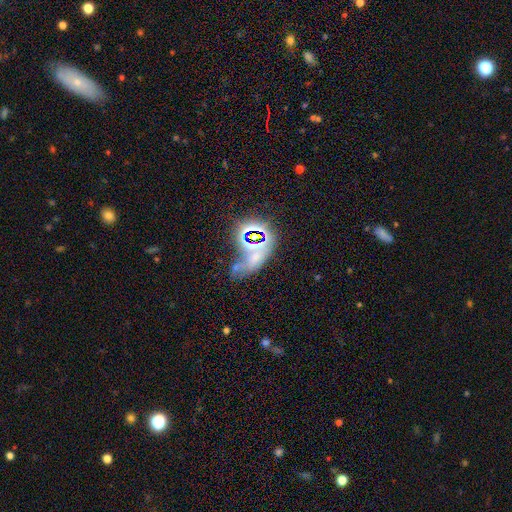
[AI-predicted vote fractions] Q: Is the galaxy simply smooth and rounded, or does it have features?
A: star or artifact — 49%.